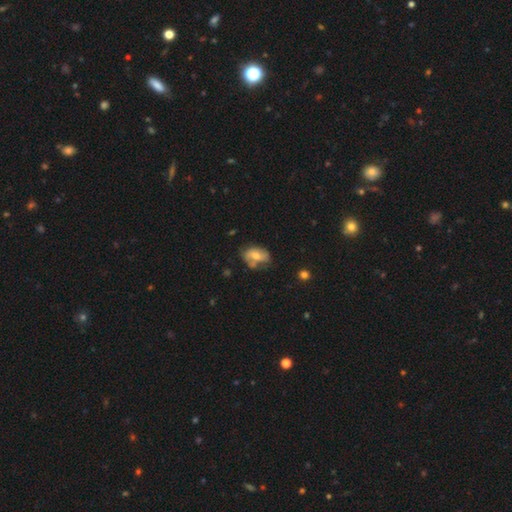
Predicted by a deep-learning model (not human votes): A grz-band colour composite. It shows a smooth galaxy with no disk features (54%) that is in between round and cigar-shaped (84%). Merging: none (43%).